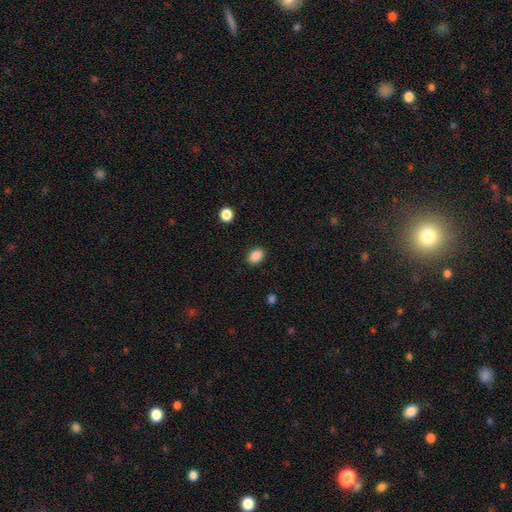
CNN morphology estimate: This is clearly a smooth galaxy (88%). How rounded: likely in between (74%). Merging: clearly none (89%).